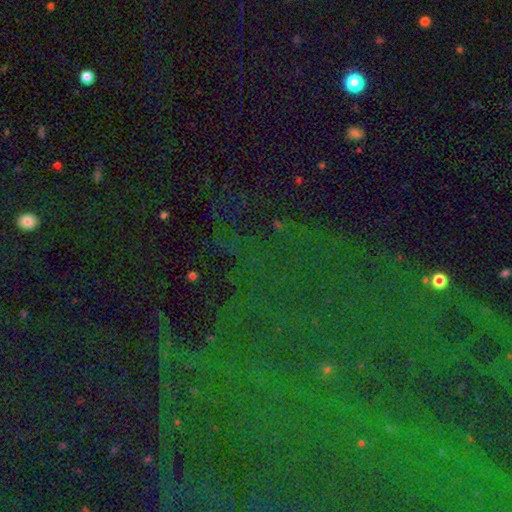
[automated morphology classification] star or artifact 81%, smooth 11%, featured or disk 9%.